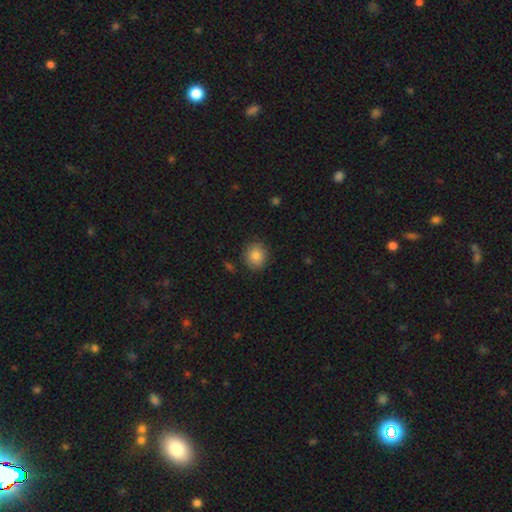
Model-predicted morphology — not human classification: This appears to be a smooth galaxy with no disk features (85%) that is round (79%). Merging: none (87%).